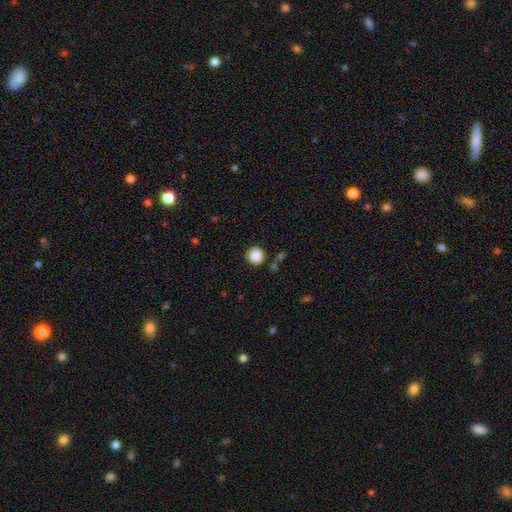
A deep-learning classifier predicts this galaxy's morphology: smooth_or_featured: smooth (p=0.88) [alt: star or artifact p=0.09]
how_rounded: round (p=0.93) [alt: in between p=0.06]
merging: none (p=0.84) [alt: minor disturbance p=0.09]